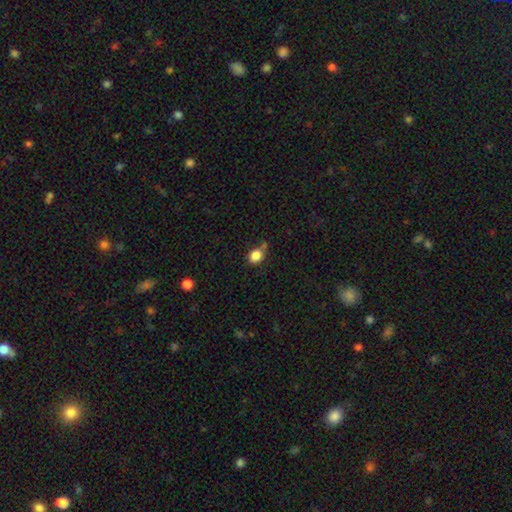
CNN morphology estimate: Overall: smooth (85%). How rounded: round (55%; in between 43%). Merging: none (61%).